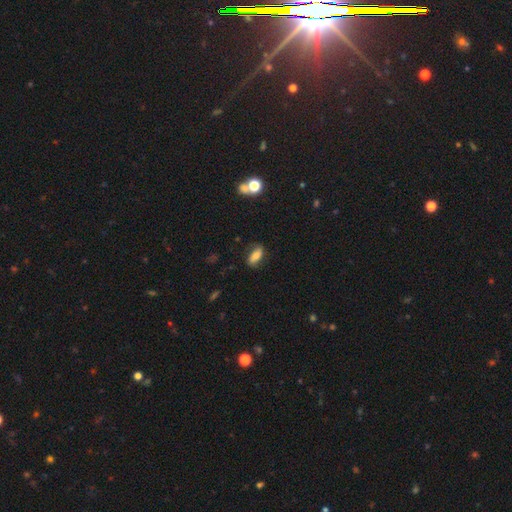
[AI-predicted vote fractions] Q: Smooth or featured?
A: smooth (69%); runner-up: featured or disk (22%)
Q: How rounded?
A: in between (77%); runner-up: cigar-shaped (18%)
Q: Merging?
A: none (79%); runner-up: minor disturbance (15%)